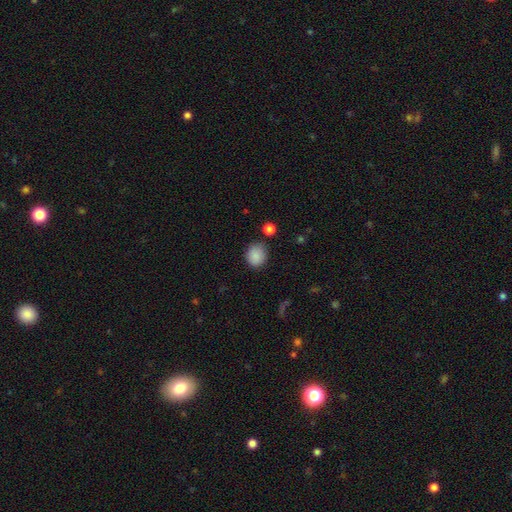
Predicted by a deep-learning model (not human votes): smooth 87%, star or artifact 9%, featured or disk 4%. Down the decision tree: how rounded — round (72%); merging — none (80%).